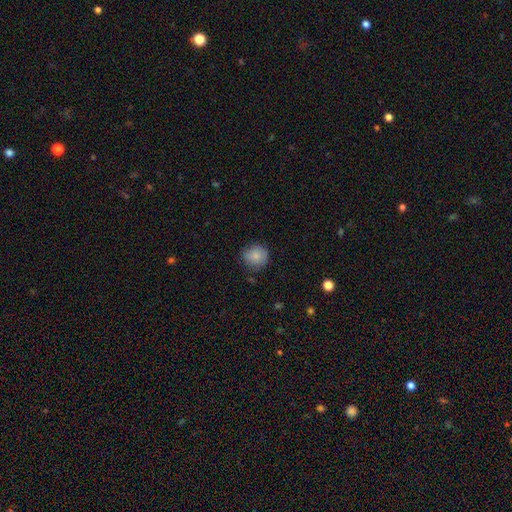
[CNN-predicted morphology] Q: Smooth or featured?
A: smooth (83%); runner-up: featured or disk (9%)
Q: How rounded?
A: round (87%); runner-up: in between (12%)
Q: Merging?
A: none (77%); runner-up: minor disturbance (18%)